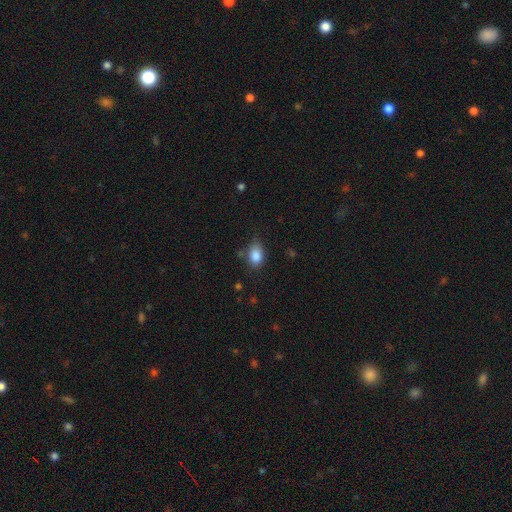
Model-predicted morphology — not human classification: Smooth or featured? Predicted: smooth (p=0.86). How rounded? Predicted: in between (p=0.80). Merging? Predicted: none (p=0.64).